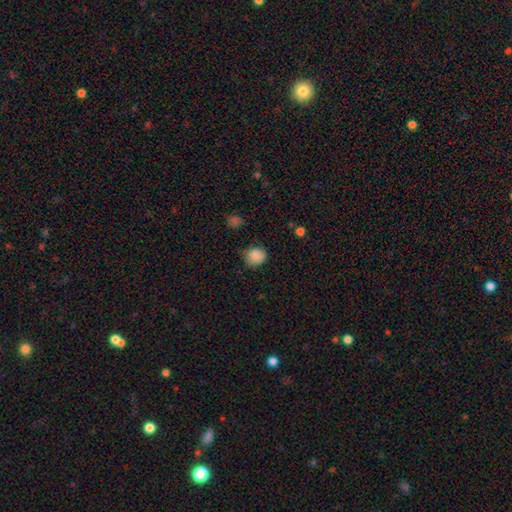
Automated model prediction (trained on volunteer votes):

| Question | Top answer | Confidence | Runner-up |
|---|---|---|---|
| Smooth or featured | smooth | 86% | star or artifact (9%) |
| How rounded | round | 76% | in between (24%) |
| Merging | none | 75% | minor disturbance (20%) |